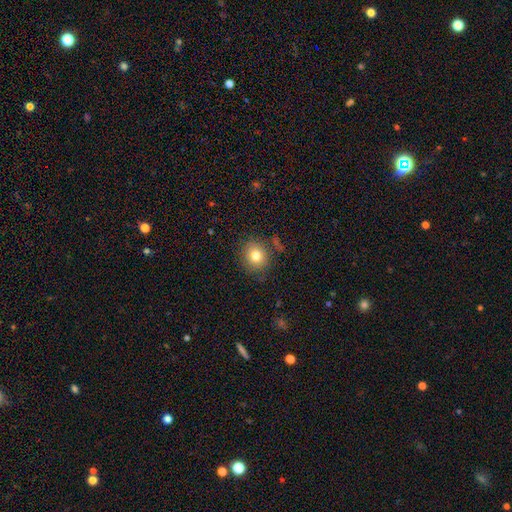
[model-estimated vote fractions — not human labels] Smooth or featured? Predicted: smooth (p=0.79). How rounded? Predicted: round (p=0.79). Merging? Predicted: none (p=0.82).